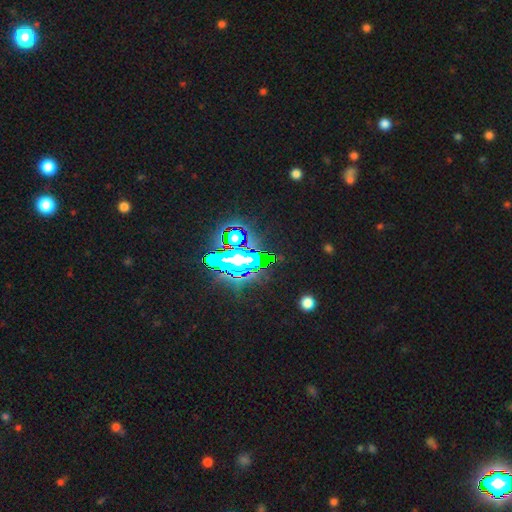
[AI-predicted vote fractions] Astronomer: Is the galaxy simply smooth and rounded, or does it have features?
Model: star or artifact — 70%.